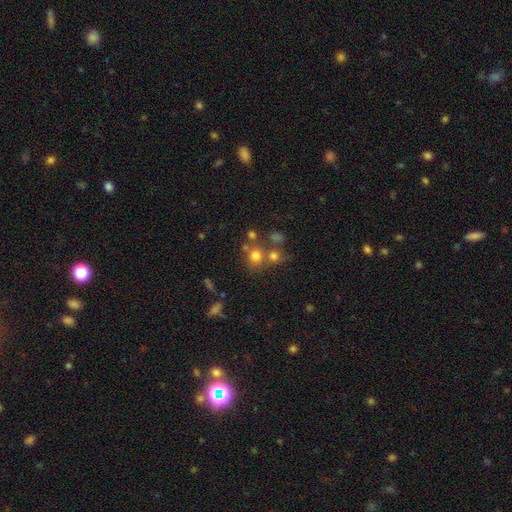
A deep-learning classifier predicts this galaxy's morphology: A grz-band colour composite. It shows a smooth galaxy with no disk features (71%) that is round (84%). Merging: none (58%).